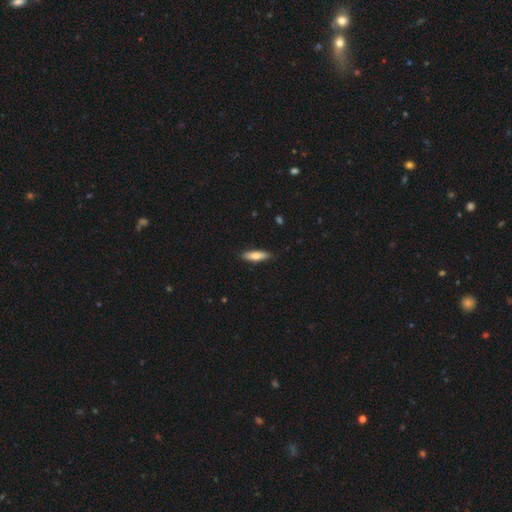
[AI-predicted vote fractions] smooth 69%, featured or disk 26%, star or artifact 6%. Down the decision tree: how rounded — cigar-shaped (62%); merging — none (88%).